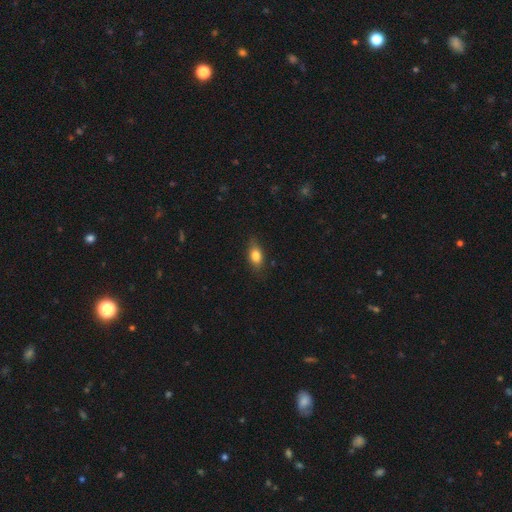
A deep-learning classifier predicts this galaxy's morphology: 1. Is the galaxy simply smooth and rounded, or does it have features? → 79% smooth, 12% featured or disk, 8% star or artifact.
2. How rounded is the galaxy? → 81% in between, 11% round, 8% cigar-shaped.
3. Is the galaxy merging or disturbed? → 80% none, 16% minor disturbance, 3% major disturbance, 1% merger.